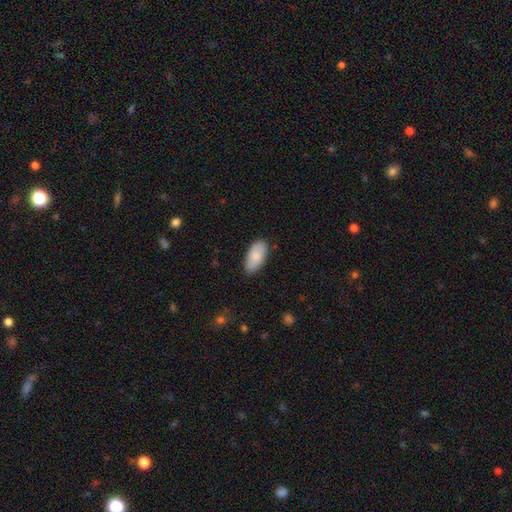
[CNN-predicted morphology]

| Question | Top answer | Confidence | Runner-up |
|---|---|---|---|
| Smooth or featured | smooth | 87% | featured or disk (8%) |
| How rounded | in between | 94% | cigar-shaped (4%) |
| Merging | none | 81% | minor disturbance (15%) |